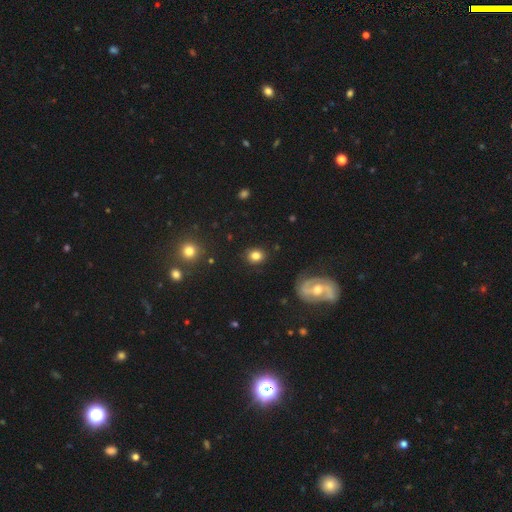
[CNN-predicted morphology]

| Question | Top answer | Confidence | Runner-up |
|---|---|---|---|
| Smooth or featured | smooth | 79% | star or artifact (11%) |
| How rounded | round | 69% | in between (30%) |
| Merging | none | 86% | minor disturbance (9%) |